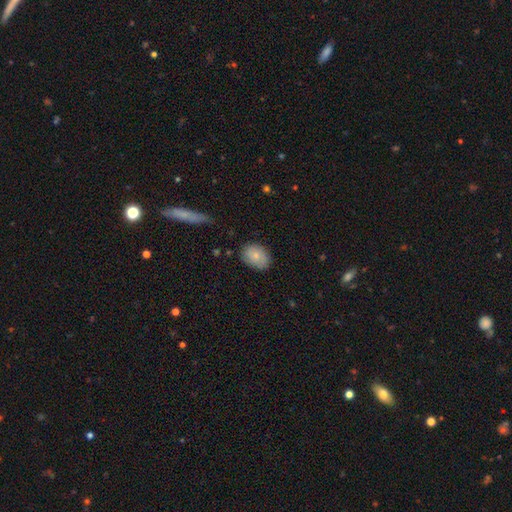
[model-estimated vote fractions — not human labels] Overall: smooth (78%). How rounded: in between (72%). Merging: none (77%).